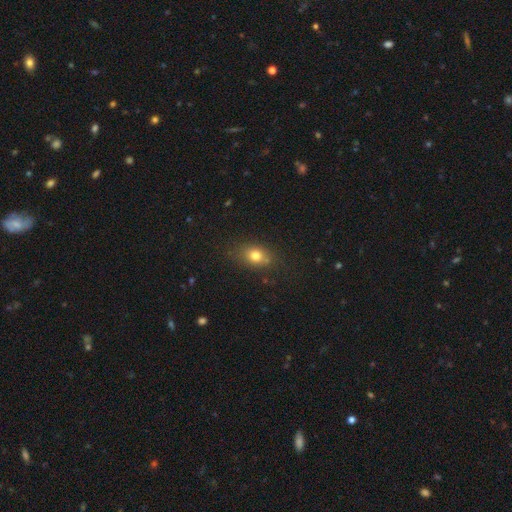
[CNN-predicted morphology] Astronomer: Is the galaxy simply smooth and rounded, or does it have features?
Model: smooth — 77%.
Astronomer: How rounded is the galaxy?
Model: in between — 59% (runner-up: round, 39%).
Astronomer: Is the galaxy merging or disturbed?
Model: none — 76%.